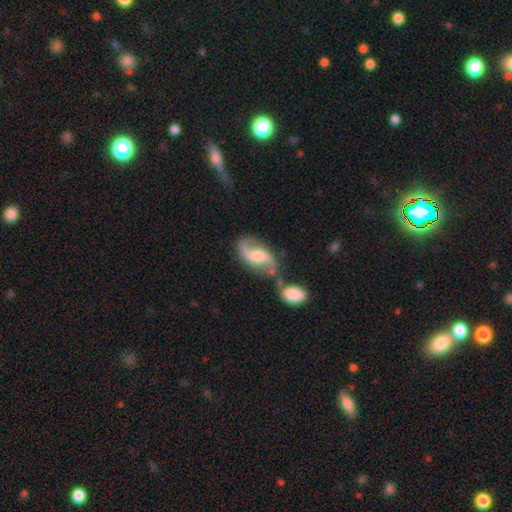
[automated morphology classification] A featured or disk galaxy (84%) with no bar (43%), 2 (92%) loose (67%) spiral arms (96%) and a moderate central bulge (53%). Merging: none (56%).